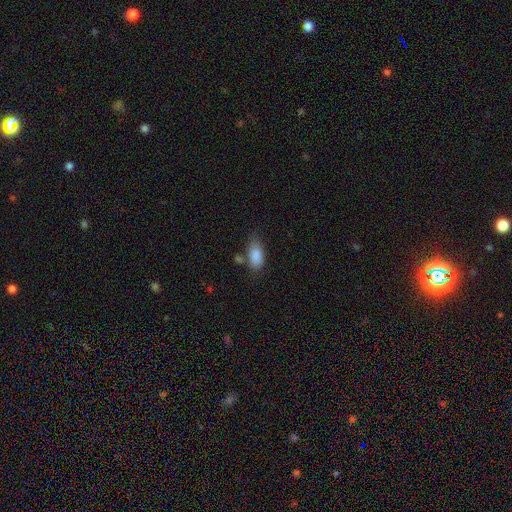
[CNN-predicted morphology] smooth-or-featured: smooth: 87% | star or artifact: 7% | featured or disk: 6%
  how-rounded: in between: 90% | cigar-shaped: 6% | round: 4%
  merging: none: 59% | minor disturbance: 24% | merger: 10% | major disturbance: 7%